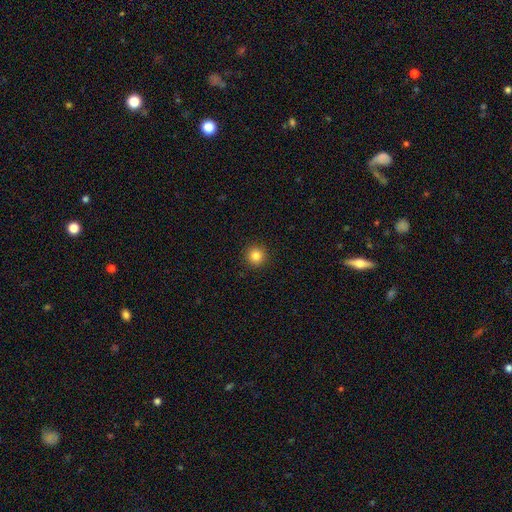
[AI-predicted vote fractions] Overall: smooth (84%). How rounded: round (95%). Merging: none (93%).